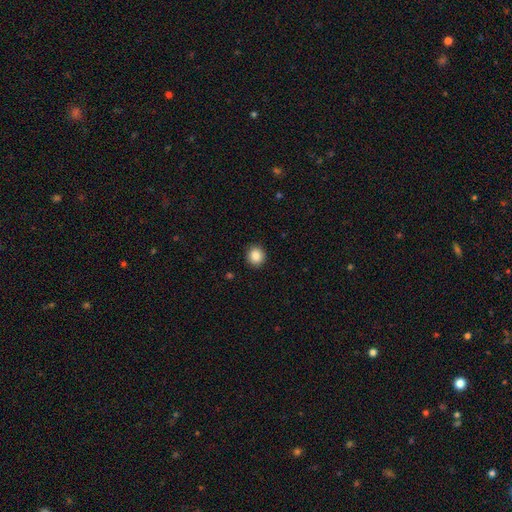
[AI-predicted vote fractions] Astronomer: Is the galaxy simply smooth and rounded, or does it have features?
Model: smooth — 87%.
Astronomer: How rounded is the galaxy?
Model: round — 91%.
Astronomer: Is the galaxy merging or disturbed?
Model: none — 92%.